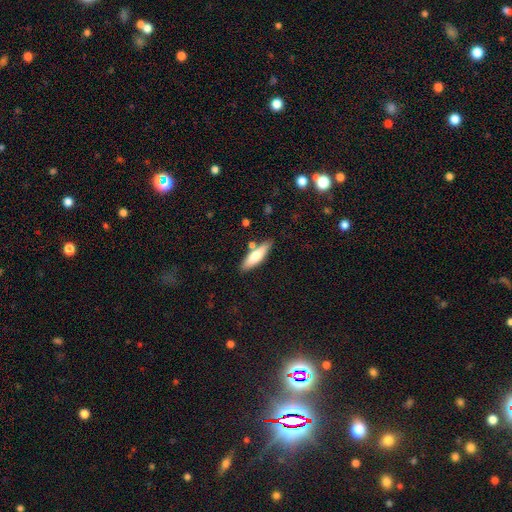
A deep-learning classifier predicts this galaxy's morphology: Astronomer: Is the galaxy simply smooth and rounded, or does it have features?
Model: smooth — 65%.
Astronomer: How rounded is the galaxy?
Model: cigar-shaped — 60% (runner-up: in between, 38%).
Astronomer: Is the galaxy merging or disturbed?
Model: none — 78%.